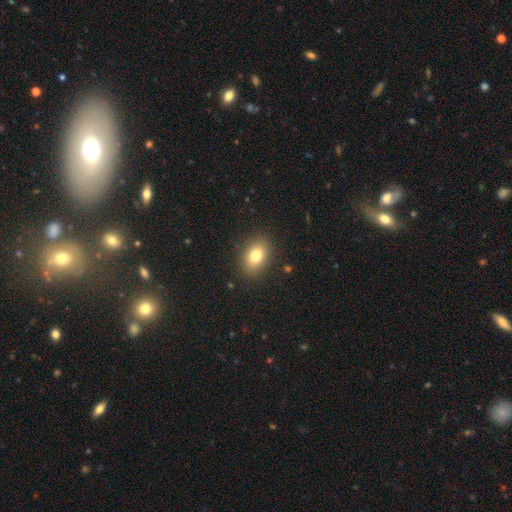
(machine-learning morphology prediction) smooth_or_featured: smooth (p=0.78) [alt: featured or disk p=0.12]
how_rounded: in between (p=0.79) [alt: round p=0.19]
merging: none (p=0.87) [alt: minor disturbance p=0.09]